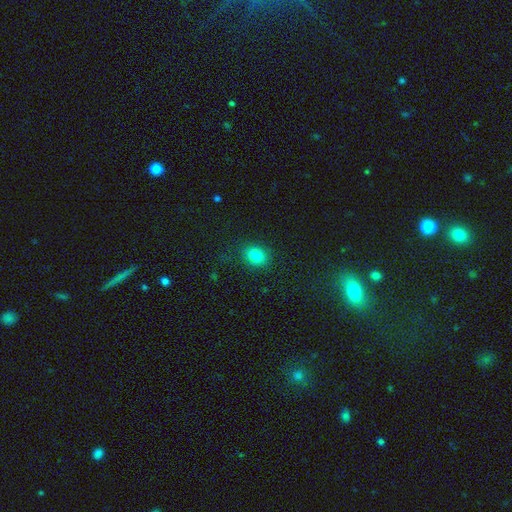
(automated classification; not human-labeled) This is clearly a smooth galaxy (81%). How rounded: possibly round (53%). Merging: clearly none (85%).